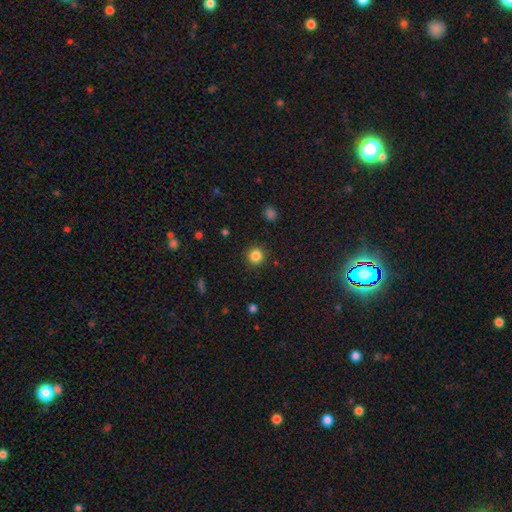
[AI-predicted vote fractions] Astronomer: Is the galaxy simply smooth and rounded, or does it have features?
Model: smooth — 84%.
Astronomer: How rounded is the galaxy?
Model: round — 94%.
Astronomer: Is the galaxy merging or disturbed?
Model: none — 91%.